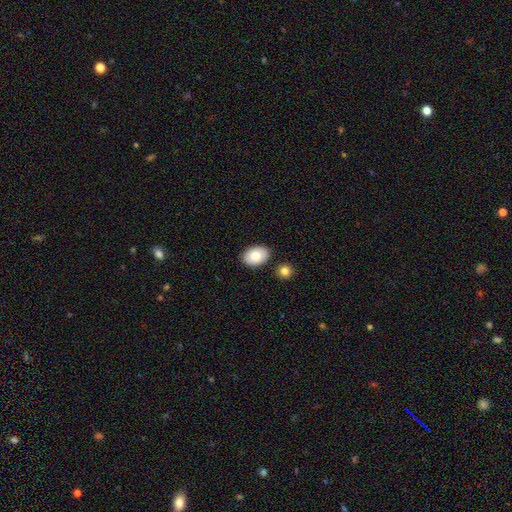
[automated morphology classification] A smooth galaxy with no disk features (77%) that is in between round and cigar-shaped (83%).

Vote fractions:
- Smooth or featured? smooth: 77% / featured or disk: 16% / star or artifact: 7%
- How rounded? in between: 83% / round: 16% / cigar-shaped: 1%
- Merging? none: 85% / minor disturbance: 8% / merger: 4% / major disturbance: 2%